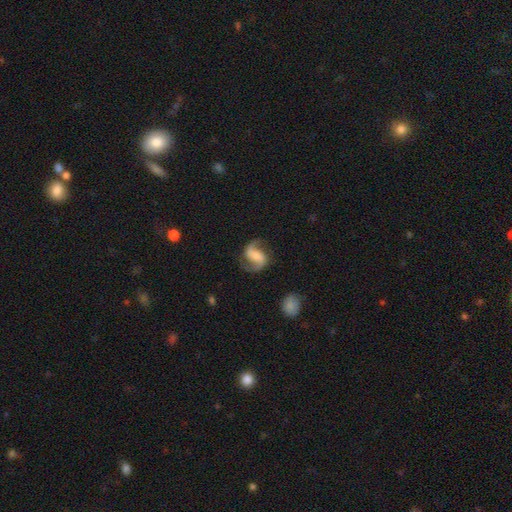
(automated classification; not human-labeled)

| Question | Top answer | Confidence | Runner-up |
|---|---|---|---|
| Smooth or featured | featured or disk | 85% | smooth (10%) |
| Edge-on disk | no | 98% | yes (2%) |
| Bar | weak | 40% | strong (31%) |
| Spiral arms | yes | 97% | no (3%) |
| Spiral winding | loose | 45% | tied: medium (45%) |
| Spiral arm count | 2 | 92% | 1 (3%) |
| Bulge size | small | 37% | moderate (33%) |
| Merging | none | 77% | minor disturbance (14%) |